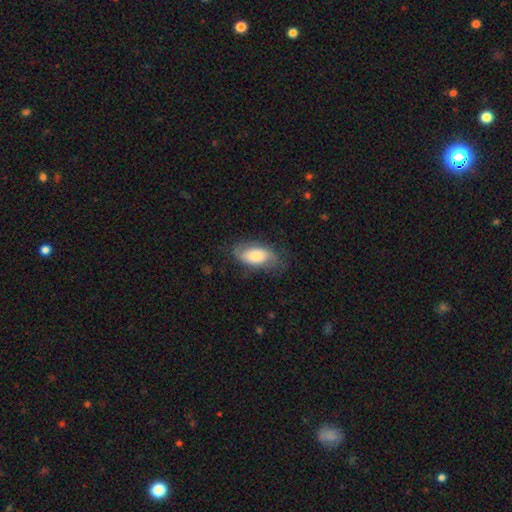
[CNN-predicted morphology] This is possibly a smooth galaxy (58%). How rounded: clearly in between (90%). Merging: likely none (68%).